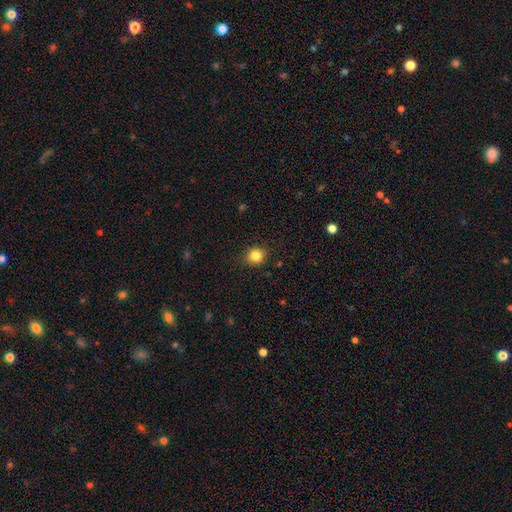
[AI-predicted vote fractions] The model was most divided on "how rounded": round: 83%, in between: 16%, cigar-shaped: 1%. More confident: merging — none (89%); smooth or featured — smooth (84%).